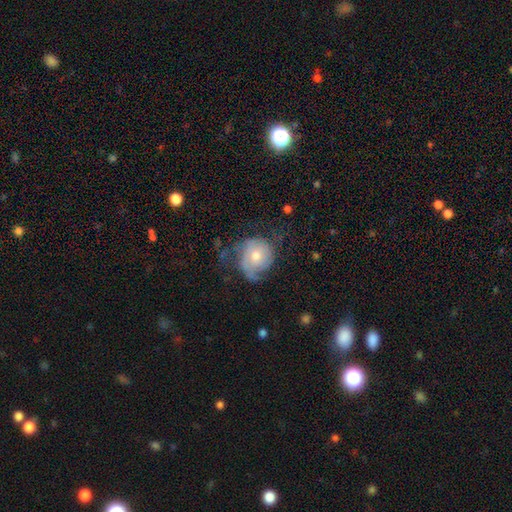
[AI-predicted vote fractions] Smooth or featured? featured or disk (61%)
Edge-on disk? no (97%)
Bar? no (80%)
Spiral arms? yes (82%)
Bulge size? moderate (57%)
Merging? none (49%)